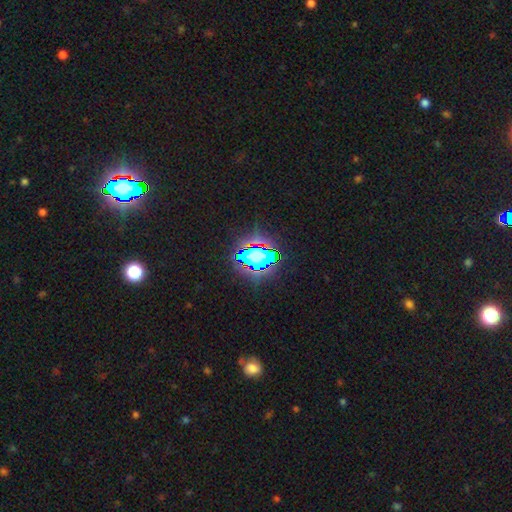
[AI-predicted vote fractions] Q: Smooth or featured?
A: star or artifact (55%); runner-up: smooth (28%)